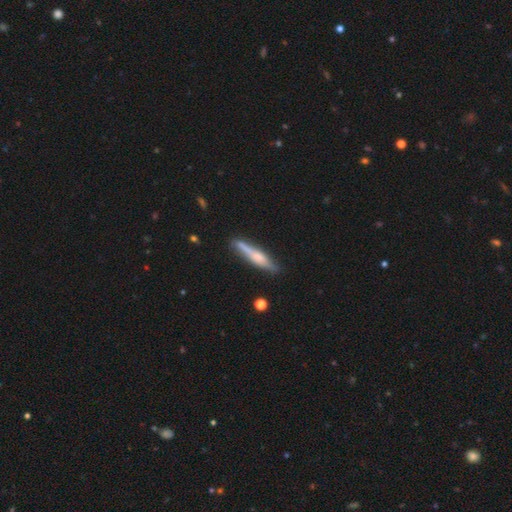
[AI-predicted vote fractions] Smooth or featured: featured or disk — 52% (smooth — 42%)
Edge-on disk: yes — 94% (no — 6%)
Merging: none — 78% (minor disturbance — 16%)